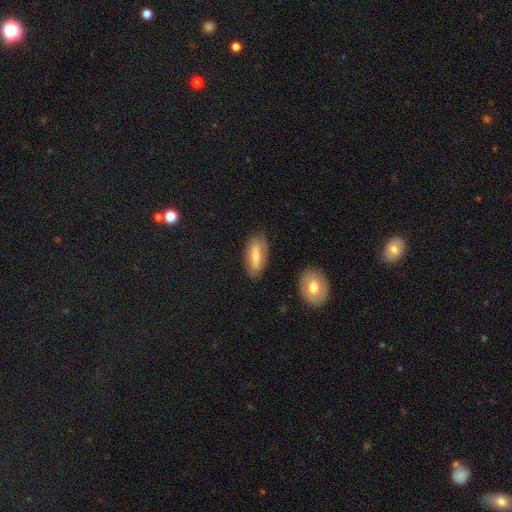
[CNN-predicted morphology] Q: Smooth or featured?
A: smooth (62%); runner-up: featured or disk (31%)
Q: How rounded?
A: in between (78%); runner-up: cigar-shaped (19%)
Q: Merging?
A: none (79%); runner-up: minor disturbance (15%)